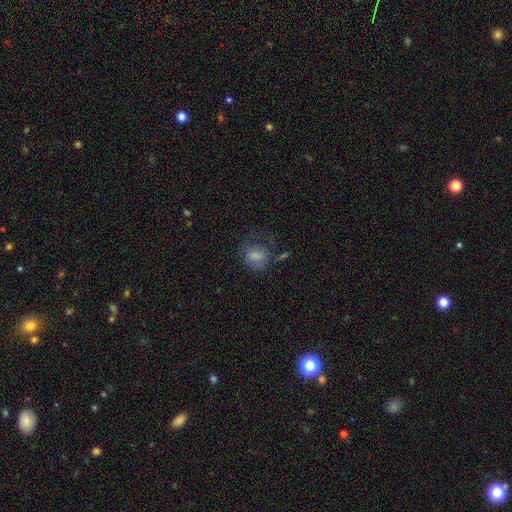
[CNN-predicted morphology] Smooth or featured? smooth (70%)
How rounded? round (61%)
Merging? none (42%)